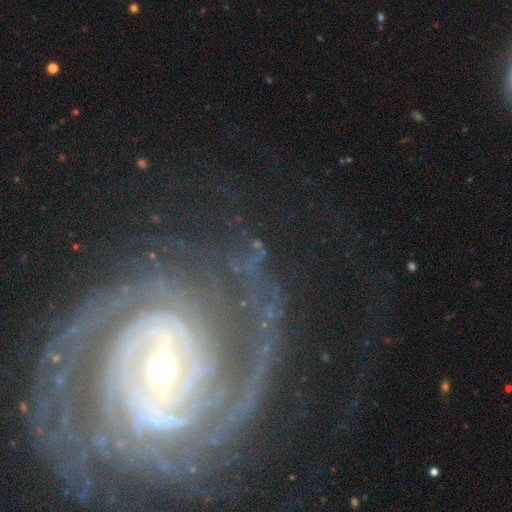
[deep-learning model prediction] Smooth or featured: featured or disk — 67% (star or artifact — 20%)
Edge-on disk: no — 92% (yes — 8%)
Bar: no — 36% (strong — 32%)
Spiral arms: yes — 87% (no — 13%)
Spiral winding: tight — 58% (medium — 29%)
Spiral arm count: 2 — 26% (can't tell — 25%)
Bulge size: small — 56% (moderate — 31%)
Merging: none — 67% (major disturbance — 15%)